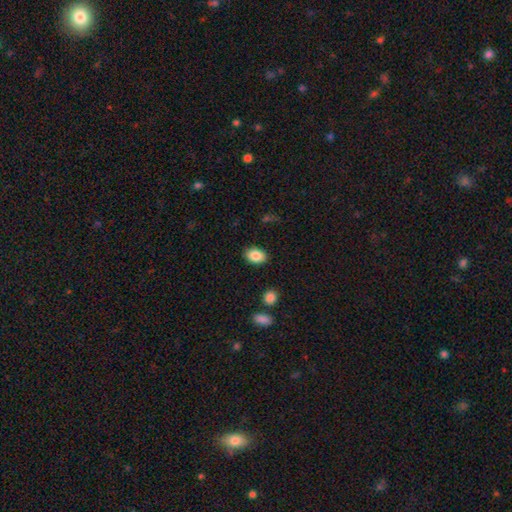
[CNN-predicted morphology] type=smooth (86%); roundness=in between (83%); merging=none (87%).